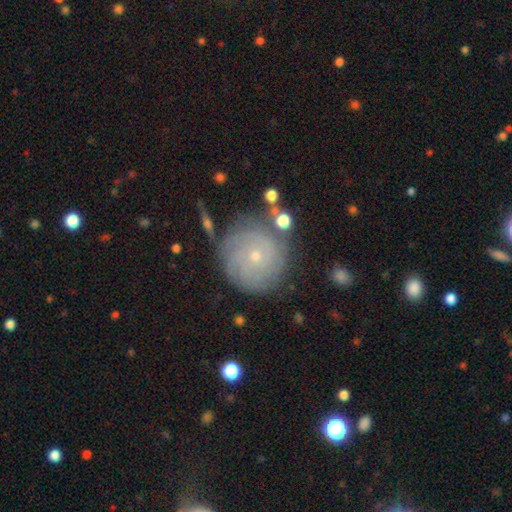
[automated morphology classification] Smooth or featured?
  - featured or disk: 70% *
  - smooth: 20%
  - star or artifact: 9%
Edge-on disk?
  - no: 97% *
  - yes: 3%
Bar?
  - no: 82% *
  - weak: 16%
  - strong: 3%
Spiral arms?
  - yes: 92% *
  - no: 8%
Spiral winding?
  - tight: 78% *
  - medium: 17%
  - loose: 5%
Spiral arm count?
  - can't tell: 40% *
  - 3: 17%
  - 4: 17%
  - 2: 12%
  - more than 4: 8%
  - 1: 6%
Bulge size?
  - small: 80% *
  - moderate: 17%
  - none: 1%
  - large: 1%
  - dominant: 1%
Merging?
  - none: 76% *
  - minor disturbance: 14%
  - major disturbance: 6%
  - merger: 3%